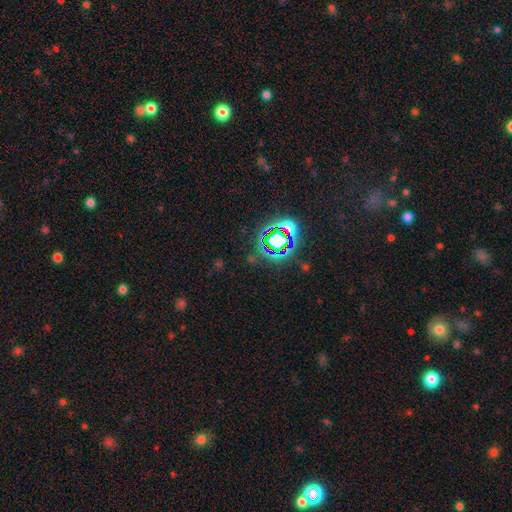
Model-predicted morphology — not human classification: A star or artifact, not a galaxy (76%).

Vote fractions:
- Smooth or featured? star or artifact: 76% / smooth: 15% / featured or disk: 9%